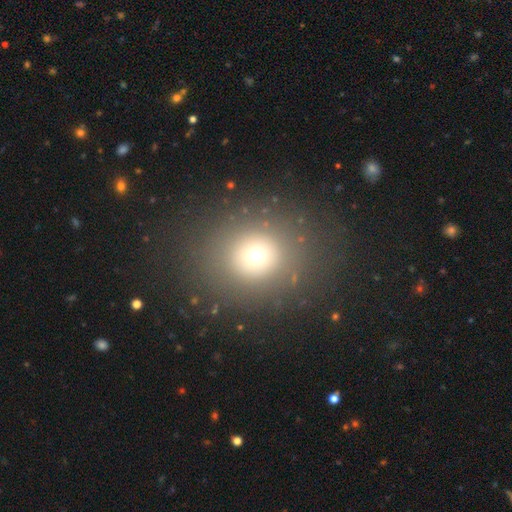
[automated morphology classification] A smooth galaxy with no disk features (67%) that is round (83%).

Vote fractions:
- Smooth or featured? smooth: 67% / star or artifact: 19% / featured or disk: 13%
- How rounded? round: 83% / in between: 16% / cigar-shaped: 1%
- Merging? none: 85% / minor disturbance: 8% / major disturbance: 6% / merger: 2%